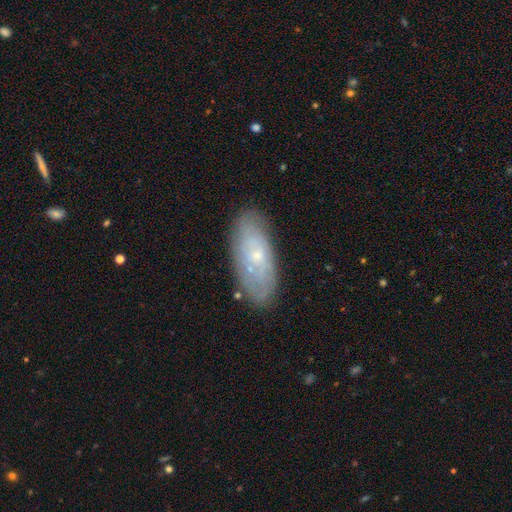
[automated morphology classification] Smooth or featured? Predicted: featured or disk (p=0.55). Edge-on disk? Predicted: no (p=0.88). Merging? Predicted: none (p=0.80).